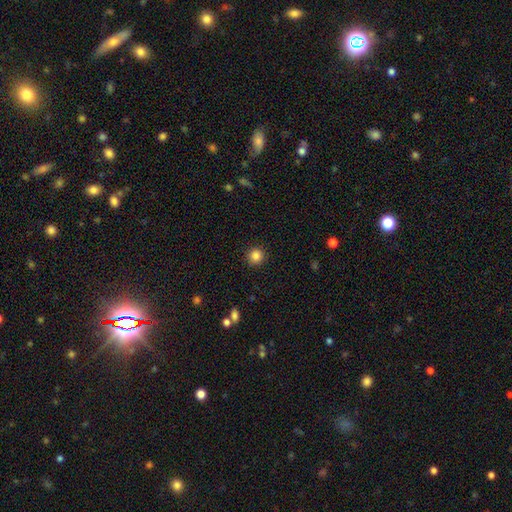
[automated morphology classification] A smooth galaxy with no disk features (86%) that is round (94%).

Vote fractions:
- Smooth or featured? smooth: 86% / star or artifact: 11% / featured or disk: 4%
- How rounded? round: 94% / in between: 5% / cigar-shaped: 1%
- Merging? none: 92% / minor disturbance: 5% / major disturbance: 2% / merger: 1%